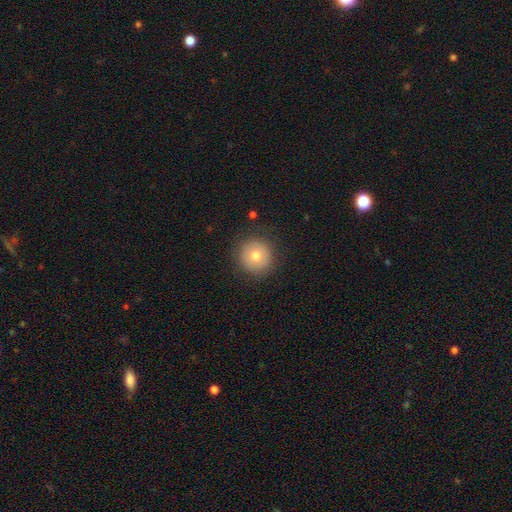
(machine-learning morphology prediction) This is likely a smooth galaxy (75%). How rounded: clearly round (96%). Merging: clearly none (89%).